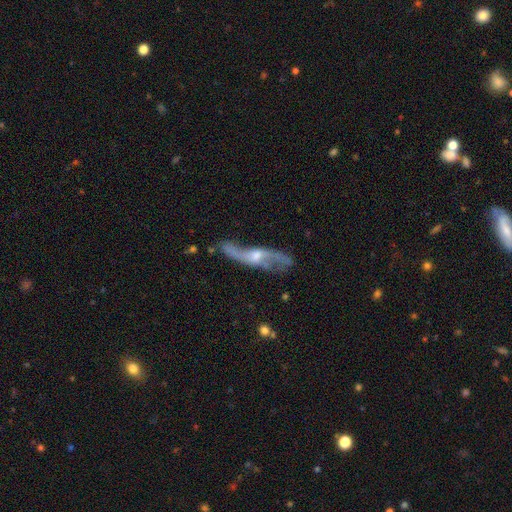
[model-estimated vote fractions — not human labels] This appears to be a featured or disk galaxy (74%). Merging: none (64%).